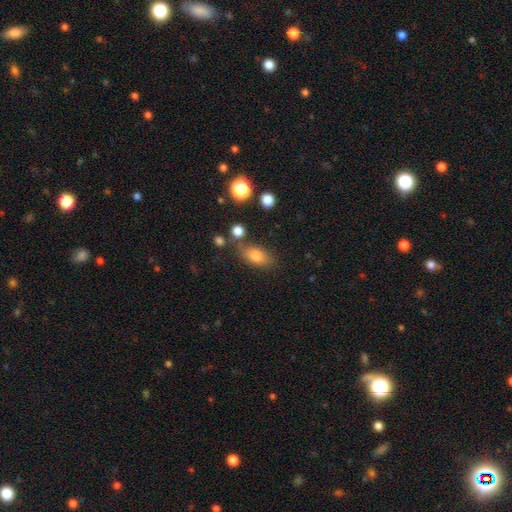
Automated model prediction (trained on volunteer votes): This is likely a smooth galaxy (78%). How rounded: clearly in between (83%). Merging: likely none (67%).